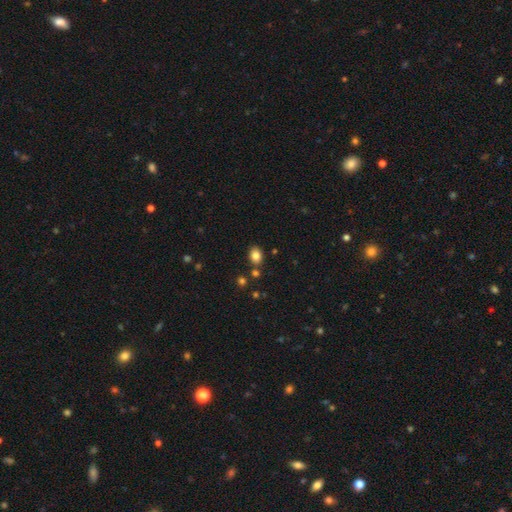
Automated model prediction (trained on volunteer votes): A smooth galaxy with no disk features (83%) that is in between round and cigar-shaped (63%).

Vote fractions:
- Smooth or featured? smooth: 83% / star or artifact: 11% / featured or disk: 6%
- How rounded? in between: 63% / round: 36% / cigar-shaped: 1%
- Merging? none: 79% / minor disturbance: 11% / merger: 7% / major disturbance: 3%